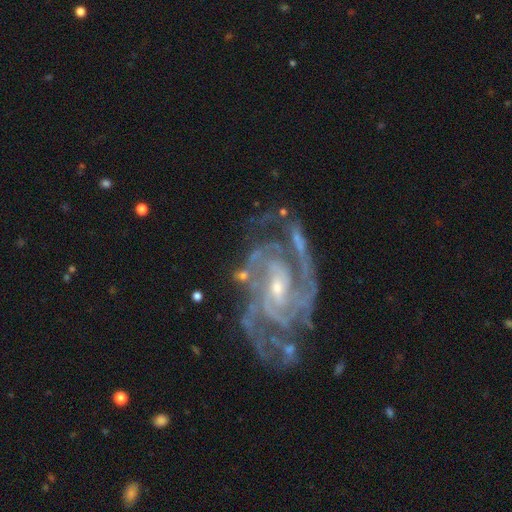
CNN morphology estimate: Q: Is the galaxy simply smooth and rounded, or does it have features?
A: featured or disk — 92%.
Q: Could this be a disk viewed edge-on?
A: no — 98%.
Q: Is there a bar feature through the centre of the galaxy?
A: no — 42%.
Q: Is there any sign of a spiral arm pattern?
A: yes — 98%.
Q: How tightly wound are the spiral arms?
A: tight — 53%.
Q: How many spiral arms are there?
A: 2 — 30%.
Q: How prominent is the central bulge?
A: small — 70%.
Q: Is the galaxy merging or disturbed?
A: none — 57%.